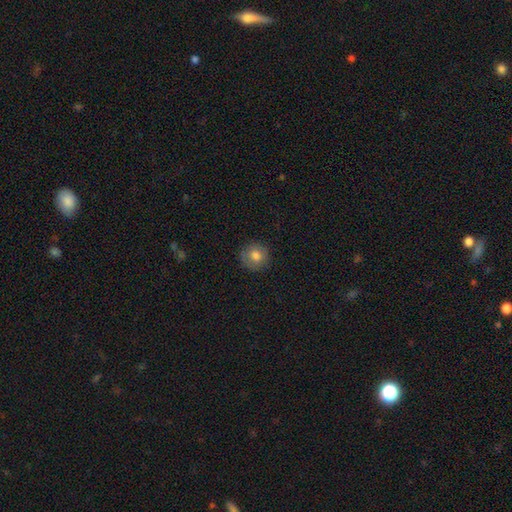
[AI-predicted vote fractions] smooth 76%, featured or disk 14%, star or artifact 9%. Down the decision tree: how rounded — round (91%); merging — none (85%).